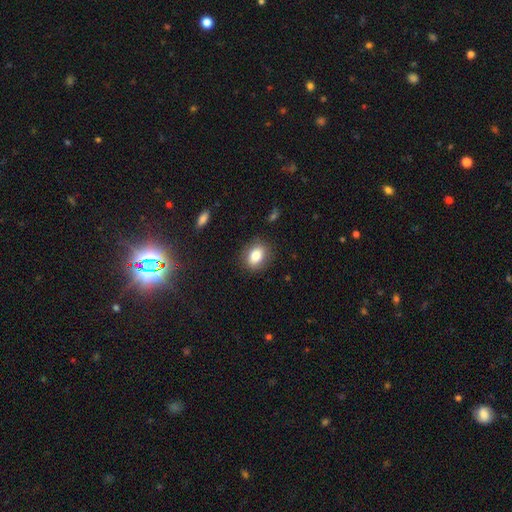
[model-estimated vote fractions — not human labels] smooth 81%, featured or disk 10%, star or artifact 9%. Down the decision tree: how rounded — in between (63%); merging — none (85%).